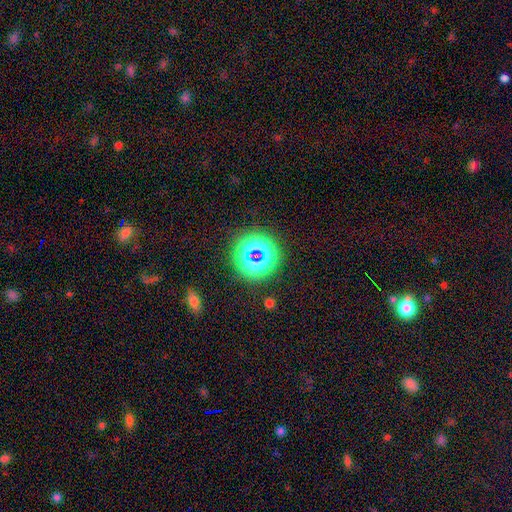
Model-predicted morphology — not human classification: This appears to be a star or artifact, not a galaxy (70%).